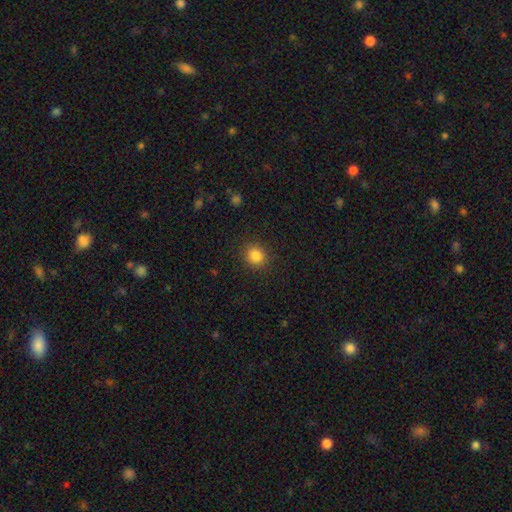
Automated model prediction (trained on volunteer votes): Smooth or featured?
  - smooth: 85% *
  - star or artifact: 11%
  - featured or disk: 4%
How rounded?
  - round: 79% *
  - in between: 20%
  - cigar-shaped: 1%
Merging?
  - none: 88% *
  - minor disturbance: 8%
  - major disturbance: 3%
  - merger: 1%